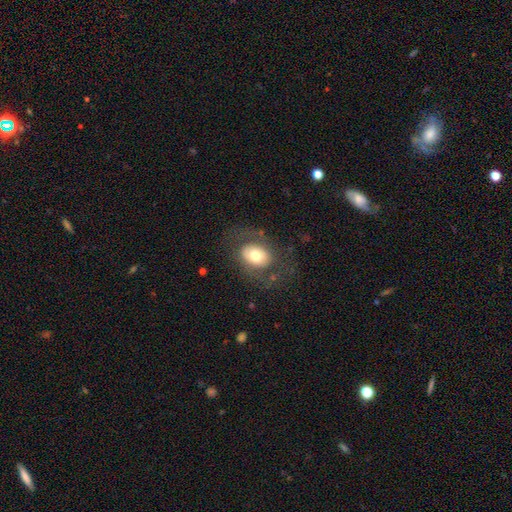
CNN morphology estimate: Smooth or featured? Predicted: smooth (p=0.59). How rounded? Predicted: in between (p=0.64). Merging? Predicted: none (p=0.68).